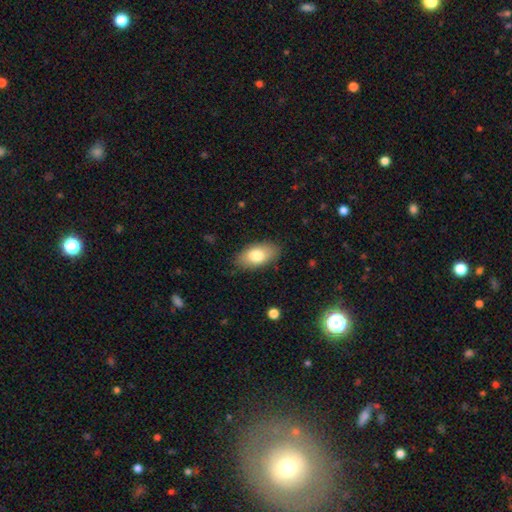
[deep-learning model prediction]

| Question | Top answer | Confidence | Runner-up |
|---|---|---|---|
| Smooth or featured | smooth | 78% | featured or disk (15%) |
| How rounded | in between | 93% | round (4%) |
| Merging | none | 84% | minor disturbance (12%) |